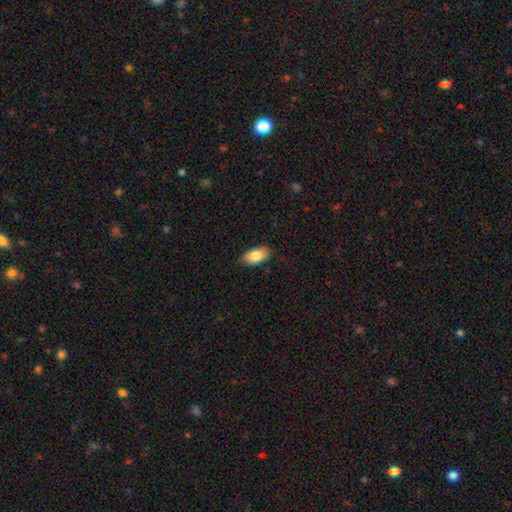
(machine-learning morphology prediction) Overall: smooth (85%). How rounded: in between (94%). Merging: none (80%).